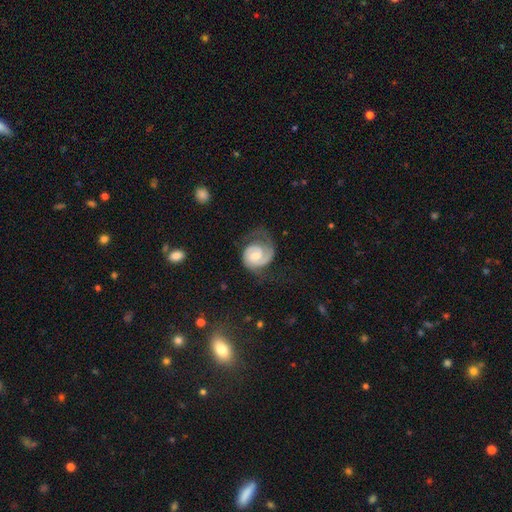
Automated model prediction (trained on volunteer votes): Smooth or featured?
  - featured or disk: 85% *
  - smooth: 10%
  - star or artifact: 5%
Edge-on disk?
  - no: 98% *
  - yes: 2%
Bar?
  - no: 45% * (tied)
  - weak: 45% * (tied)
  - strong: 10%
Spiral arms?
  - yes: 97% *
  - no: 3%
Spiral winding?
  - tight: 55% *
  - medium: 35%
  - loose: 10%
Spiral arm count?
  - 2: 65% *
  - 1: 24%
  - can't tell: 6%
  - 3: 3%
  - 4: 1%
  - more than 4: 1%
Bulge size?
  - moderate: 44% * (tied)
  - small: 44% * (tied)
  - none: 7%
  - large: 4%
  - dominant: 1%
Merging?
  - none: 59% *
  - minor disturbance: 21%
  - major disturbance: 19%
  - merger: 2%